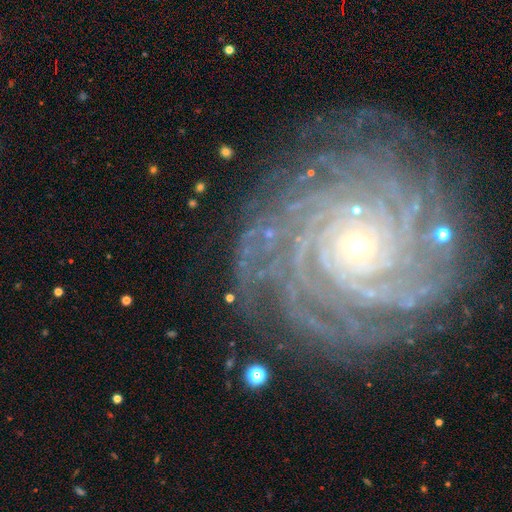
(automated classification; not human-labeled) A featured or disk galaxy (89%) with no bar (71%), more than 4 (45%) tight (87%) spiral arms (98%) and a small central bulge (80%).

Vote fractions:
- Smooth or featured? featured or disk: 89% / star or artifact: 7% / smooth: 4%
- Edge-on disk? no: 97% / yes: 3%
- Bar? no: 71% / weak: 18% / strong: 11%
- Spiral arms? yes: 98% / no: 2%
- Spiral winding? tight: 87% / medium: 11% / loose: 2%
- Spiral arm count? more than 4: 45% / 4: 16% / can't tell: 15% / 3: 9% / 2: 8% / 1: 8%
- Bulge size? small: 80% / moderate: 17% / large: 1% / none: 1% / dominant: 1%
- Merging? none: 82% / minor disturbance: 12% / major disturbance: 5% / merger: 2%